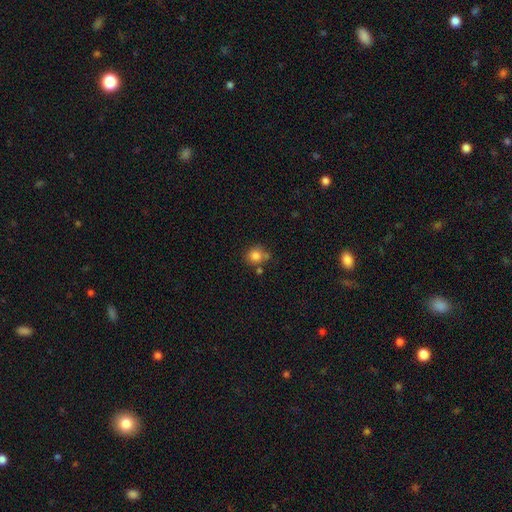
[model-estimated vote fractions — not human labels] A smooth galaxy with no disk features (82%) that is round (82%).

Vote fractions:
- Smooth or featured? smooth: 82% / star or artifact: 11% / featured or disk: 7%
- How rounded? round: 82% / in between: 17% / cigar-shaped: 1%
- Merging? none: 63% / minor disturbance: 18% / merger: 14% / major disturbance: 5%